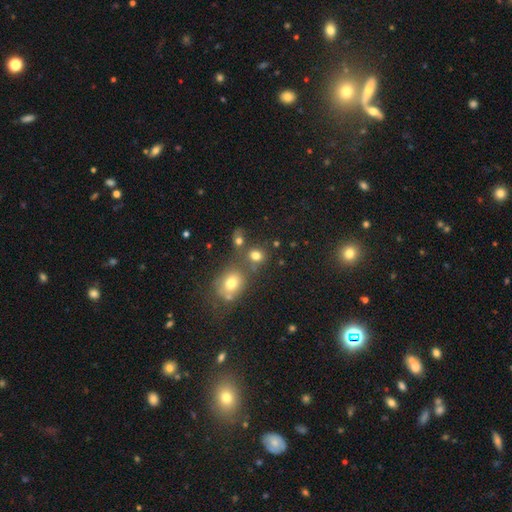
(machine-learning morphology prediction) Overall: smooth (74%). How rounded: round (70%). Merging: none (58%; merger 25%).